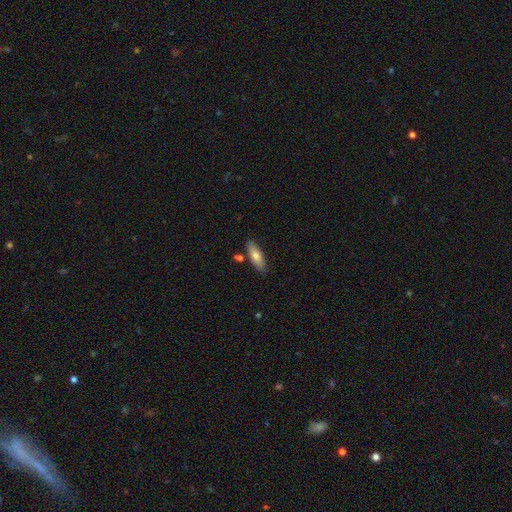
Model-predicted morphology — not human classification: Overall: smooth (76%). How rounded: in between (53%; cigar-shaped 45%). Merging: none (82%).